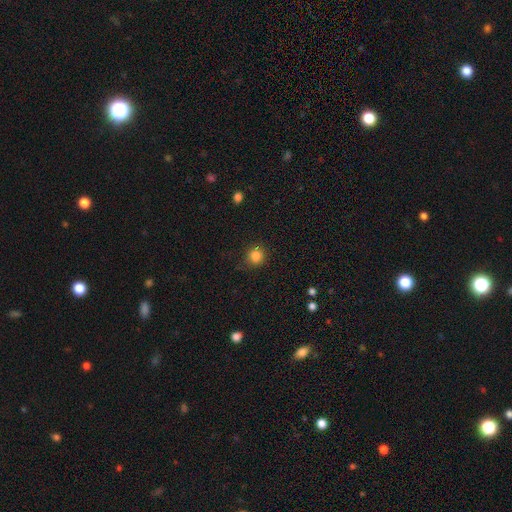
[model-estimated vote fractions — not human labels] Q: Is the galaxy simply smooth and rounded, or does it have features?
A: smooth — 85%.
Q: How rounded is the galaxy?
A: round — 88%.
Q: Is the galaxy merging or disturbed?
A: none — 84%.